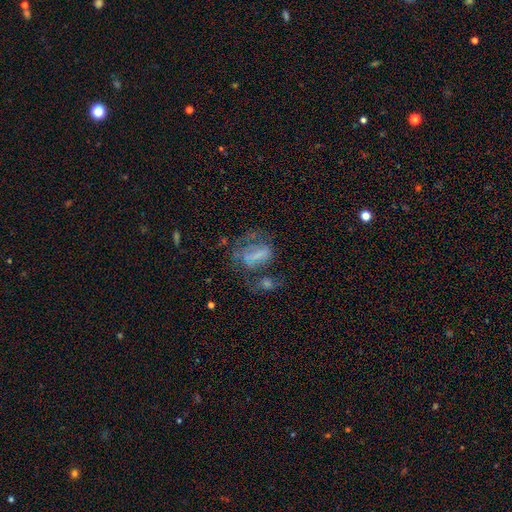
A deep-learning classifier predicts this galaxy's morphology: This is possibly a featured or disk galaxy (49%). Merging: marginally major disturbance (38%).